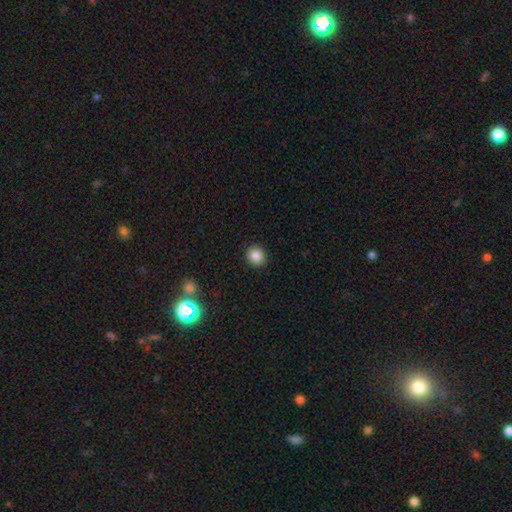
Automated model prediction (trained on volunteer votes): Q: Smooth or featured?
A: smooth (85%); runner-up: star or artifact (11%)
Q: How rounded?
A: round (90%); runner-up: in between (9%)
Q: Merging?
A: none (92%); runner-up: minor disturbance (5%)